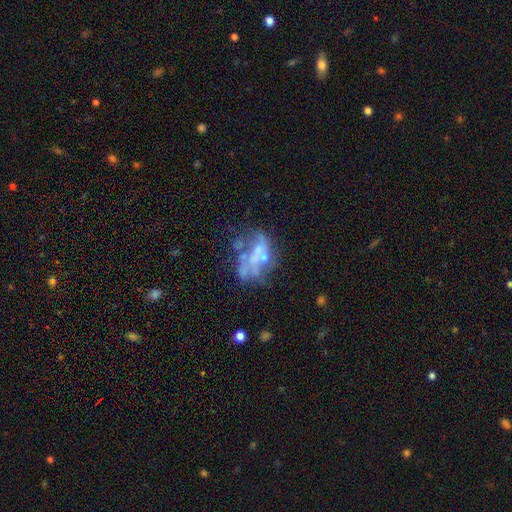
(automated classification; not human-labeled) Overall: featured or disk (64%). Edge-on disk: no (97%). Bar: no (84%). Spiral arms: no (82%). Bulge size: none (51%; small 29%). Merging: none (34%; major disturbance 30%).